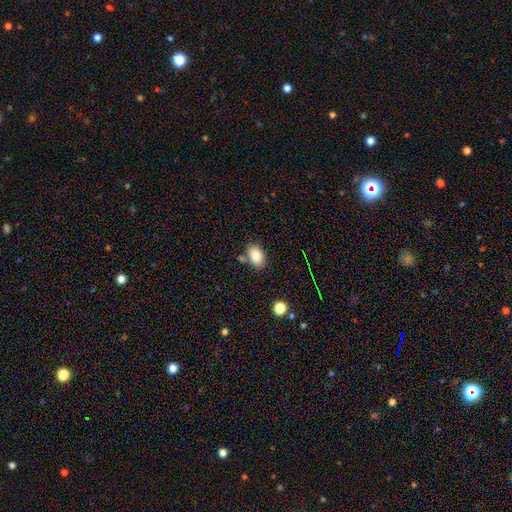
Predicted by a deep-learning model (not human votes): A smooth galaxy with no disk features (83%) that is in between round and cigar-shaped (83%).

Vote fractions:
- Smooth or featured? smooth: 83% / star or artifact: 9% / featured or disk: 8%
- How rounded? in between: 83% / round: 16% / cigar-shaped: 1%
- Merging? none: 76% / minor disturbance: 12% / merger: 9% / major disturbance: 3%